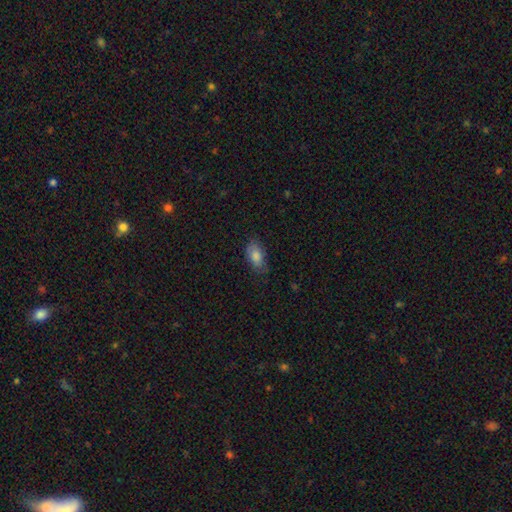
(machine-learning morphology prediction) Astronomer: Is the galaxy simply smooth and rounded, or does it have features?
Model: smooth — 81%.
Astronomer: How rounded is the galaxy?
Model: in between — 91%.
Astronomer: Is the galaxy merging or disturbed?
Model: none — 71%.